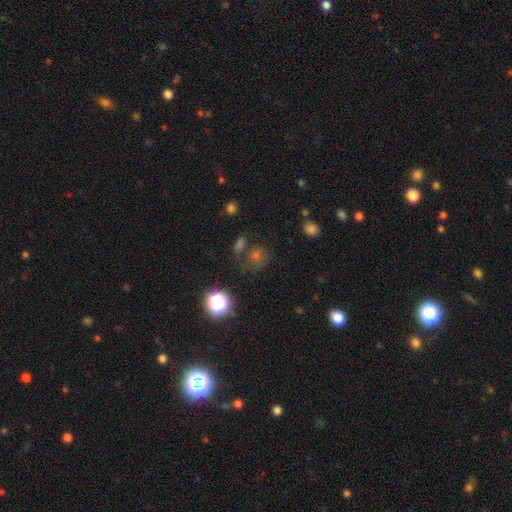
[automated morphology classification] Smooth or featured? star or artifact (46%)